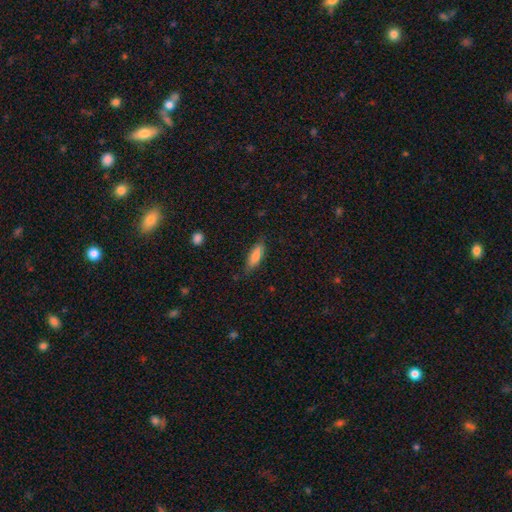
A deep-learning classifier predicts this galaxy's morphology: Overall: smooth (81%). How rounded: in between (58%; cigar-shaped 40%). Merging: none (76%).